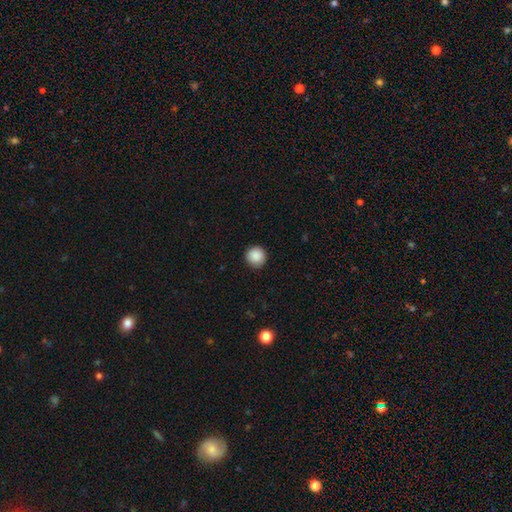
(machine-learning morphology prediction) smooth-or-featured: smooth: 88% | star or artifact: 9% | featured or disk: 3%
  how-rounded: round: 94% | in between: 5% | cigar-shaped: 1%
  merging: none: 89% | minor disturbance: 8% | major disturbance: 2% | merger: 1%